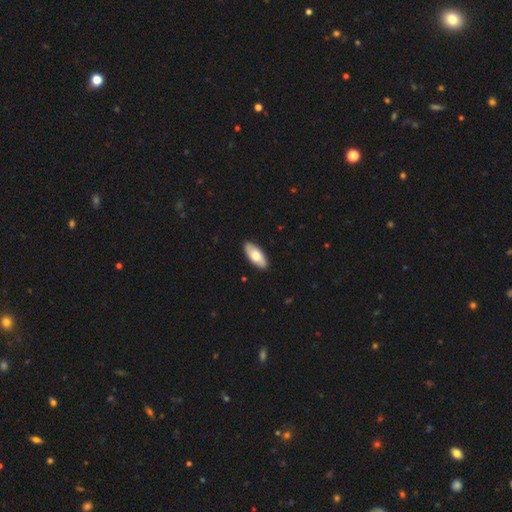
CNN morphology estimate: This is likely a smooth galaxy (67%). How rounded: clearly in between (88%). Merging: clearly none (90%).